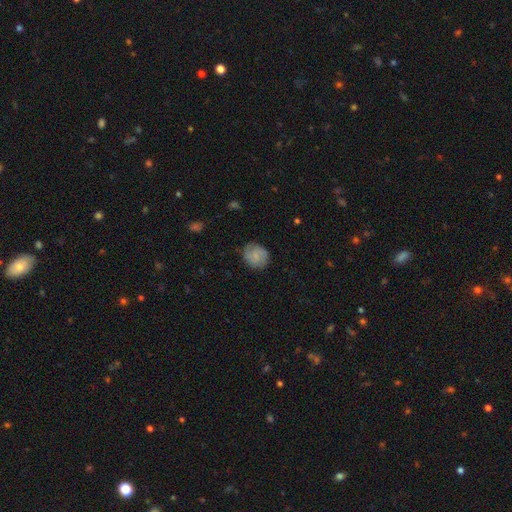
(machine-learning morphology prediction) Q: Smooth or featured?
A: smooth (68%); runner-up: featured or disk (24%)
Q: How rounded?
A: round (76%); runner-up: in between (23%)
Q: Merging?
A: none (81%); runner-up: minor disturbance (15%)